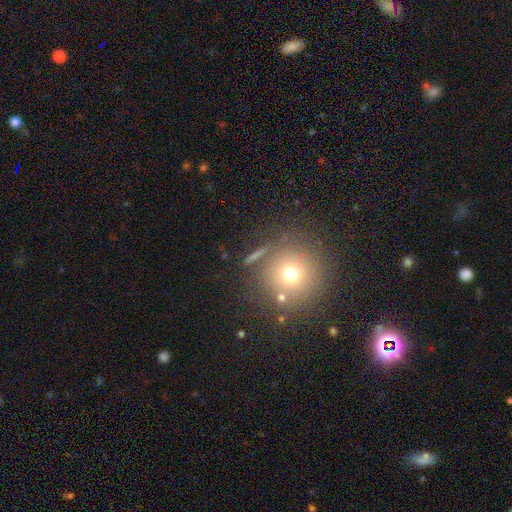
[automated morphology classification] A smooth galaxy with no disk features (60%) that is round (92%).

Vote fractions:
- Smooth or featured? smooth: 60% / star or artifact: 26% / featured or disk: 15%
- How rounded? round: 92% / in between: 6% / cigar-shaped: 2%
- Merging? none: 80% / minor disturbance: 9% / merger: 6% / major disturbance: 4%